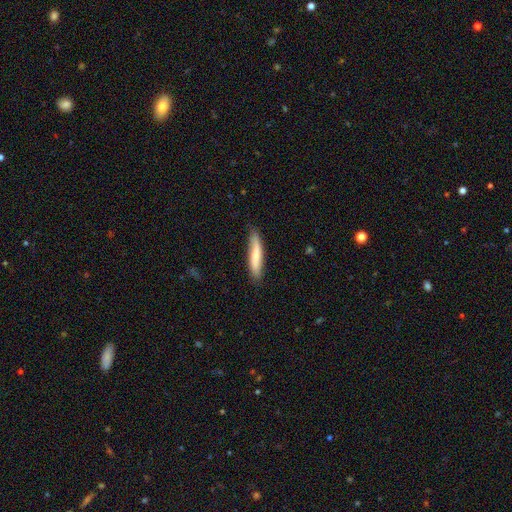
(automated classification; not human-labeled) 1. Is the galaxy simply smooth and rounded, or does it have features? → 71% smooth, 24% featured or disk, 5% star or artifact.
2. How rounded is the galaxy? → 87% cigar-shaped, 12% in between, 1% round.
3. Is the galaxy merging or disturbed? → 80% none, 16% minor disturbance, 2% major disturbance, 1% merger.